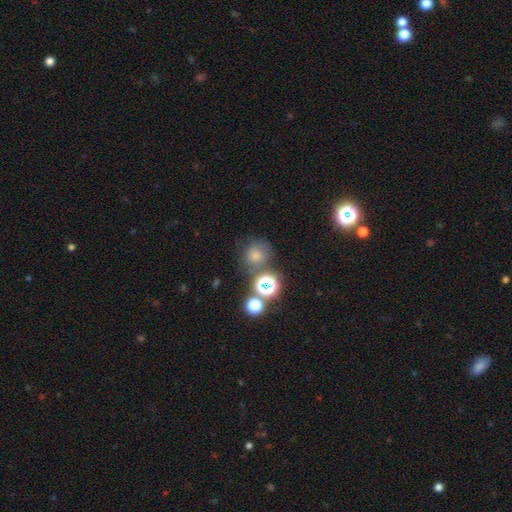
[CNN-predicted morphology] The model was most divided on "smooth or featured": smooth: 66%, star or artifact: 23%, featured or disk: 11%. More confident: how rounded — round (86%); merging — none (61%).